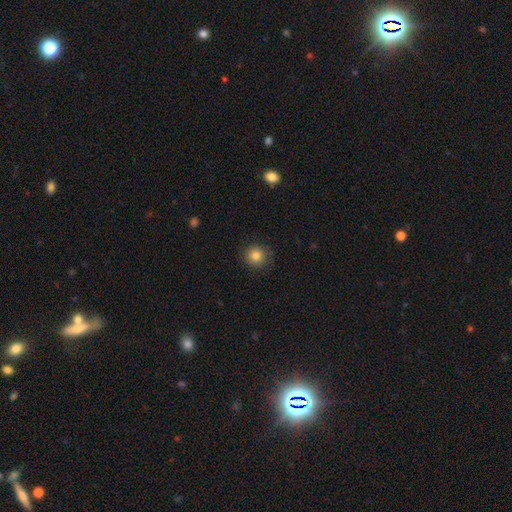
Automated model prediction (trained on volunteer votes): smooth_or_featured: smooth (p=0.83) [alt: star or artifact p=0.11]
how_rounded: round (p=0.91) [alt: in between p=0.08]
merging: none (p=0.86) [alt: minor disturbance p=0.10]